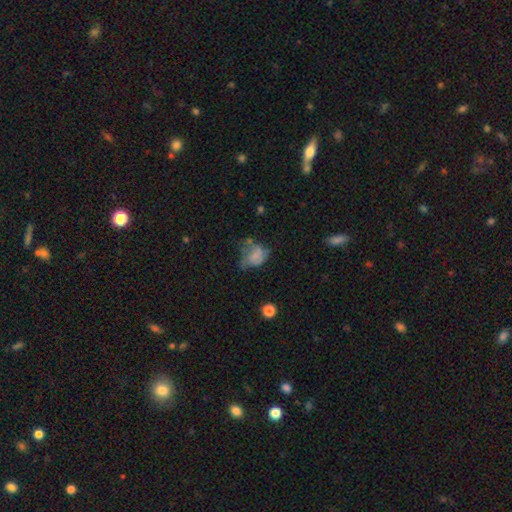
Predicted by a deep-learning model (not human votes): Smooth or featured? smooth (53%)
How rounded? in between (69%)
Merging? major disturbance (38%)